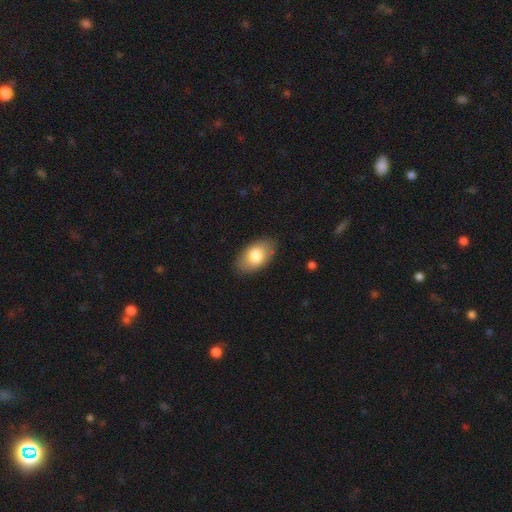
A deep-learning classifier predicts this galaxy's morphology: This is likely a smooth galaxy (80%). How rounded: clearly in between (93%). Merging: clearly none (85%).